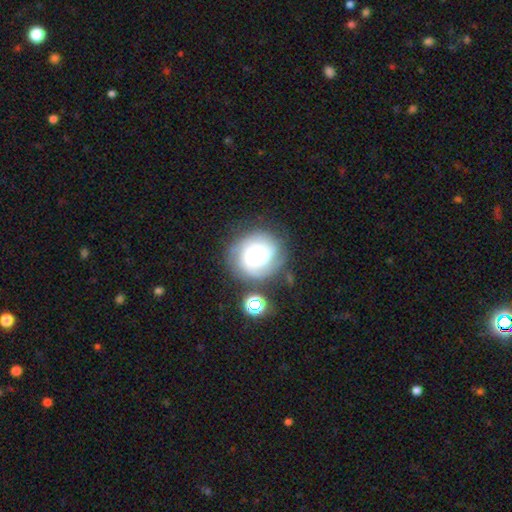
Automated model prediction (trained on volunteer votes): Morphology: type=featured or disk (66%); edge-on=no (98%); bar=no (65%); spiral arms=yes (91%); winding=tight (54%); arm count=2 (28%, tied with 3); bulge=large (42%); merging=none (67%).